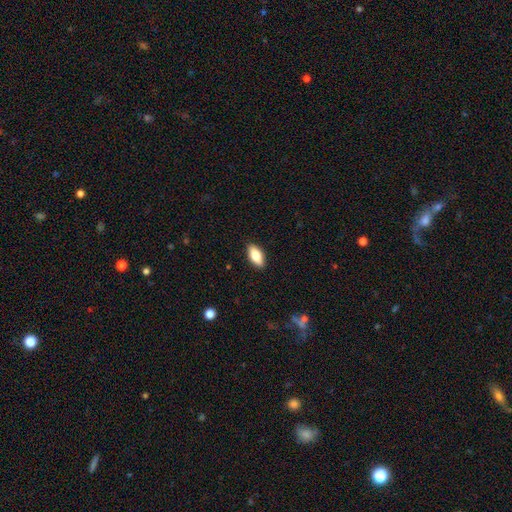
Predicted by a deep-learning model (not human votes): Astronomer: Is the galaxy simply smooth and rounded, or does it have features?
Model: smooth — 78%.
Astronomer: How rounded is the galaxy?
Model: in between — 88%.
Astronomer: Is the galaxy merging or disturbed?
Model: none — 90%.